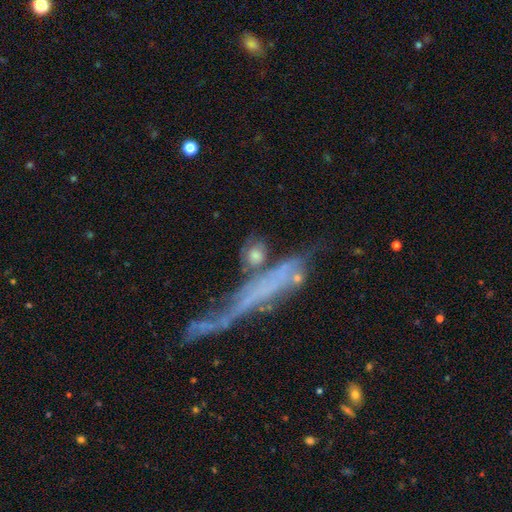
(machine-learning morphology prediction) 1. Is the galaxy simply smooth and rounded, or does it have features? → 62% smooth, 26% featured or disk, 12% star or artifact.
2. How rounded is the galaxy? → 47% round, 37% in between, 16% cigar-shaped.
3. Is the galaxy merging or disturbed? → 53% none, 19% minor disturbance, 16% merger, 12% major disturbance.